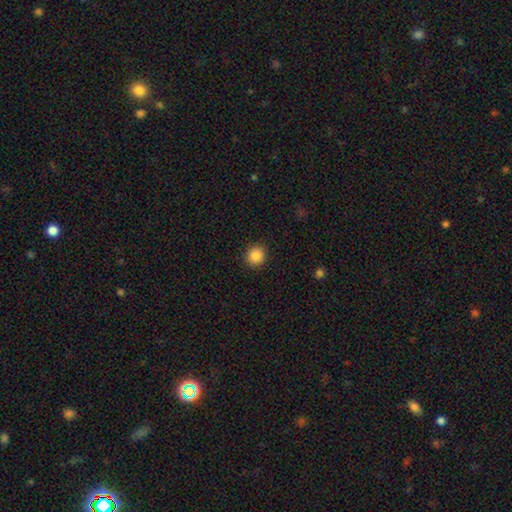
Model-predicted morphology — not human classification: A smooth galaxy with no disk features (87%) that is round (91%).

Vote fractions:
- Smooth or featured? smooth: 87% / star or artifact: 10% / featured or disk: 3%
- How rounded? round: 91% / in between: 8% / cigar-shaped: 1%
- Merging? none: 92% / minor disturbance: 5% / major disturbance: 2% / merger: 1%